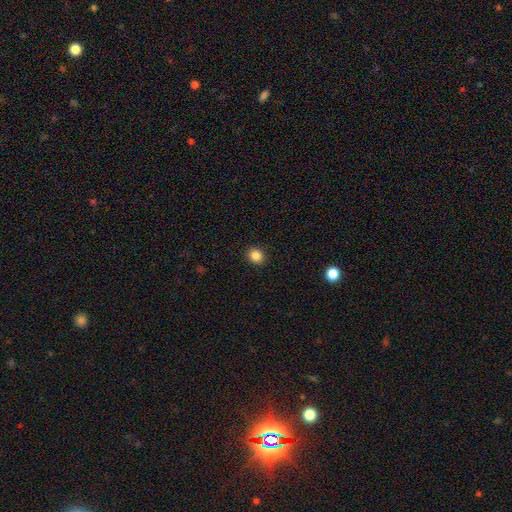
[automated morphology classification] Smooth or featured: smooth — 85% (star or artifact — 11%)
How rounded: round — 76% (in between — 23%)
Merging: none — 92% (minor disturbance — 6%)